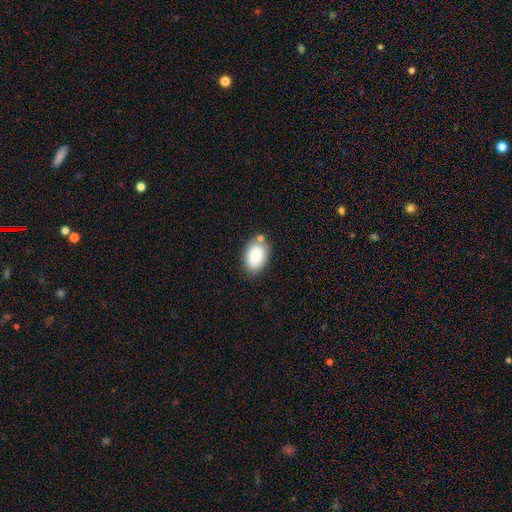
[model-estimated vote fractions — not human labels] smooth_or_featured: smooth (p=0.84) [alt: featured or disk p=0.09]
how_rounded: in between (p=0.88) [alt: round p=0.11]
merging: none (p=0.71) [alt: minor disturbance p=0.16]